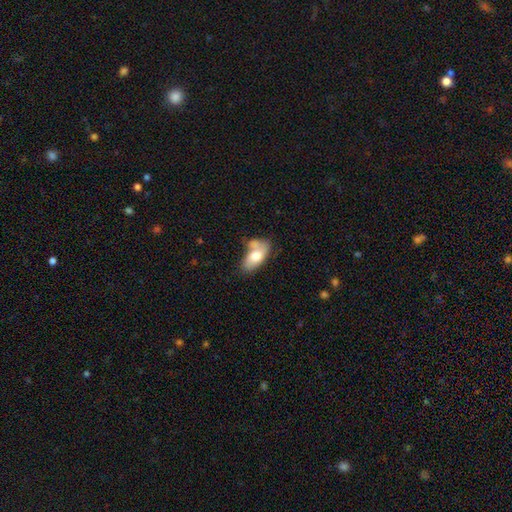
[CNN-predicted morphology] A smooth galaxy with no disk features (71%) that is in between round and cigar-shaped (90%).

Vote fractions:
- Smooth or featured? smooth: 71% / featured or disk: 22% / star or artifact: 6%
- How rounded? in between: 90% / cigar-shaped: 6% / round: 4%
- Merging? none: 39% / merger: 31% / minor disturbance: 21% / major disturbance: 9%